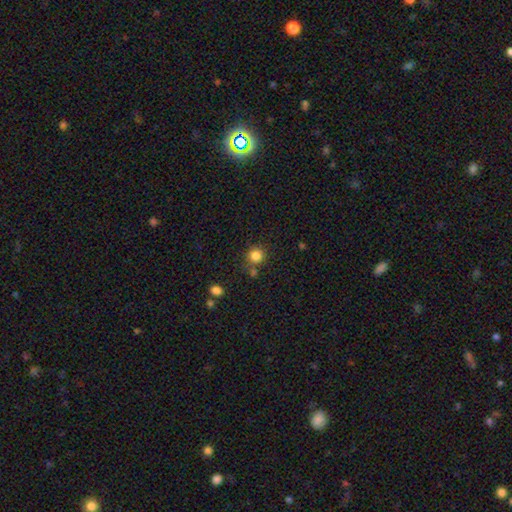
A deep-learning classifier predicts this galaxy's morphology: Smooth or featured: smooth — 83% (star or artifact — 12%)
How rounded: round — 93% (in between — 6%)
Merging: none — 77% (merger — 11%)